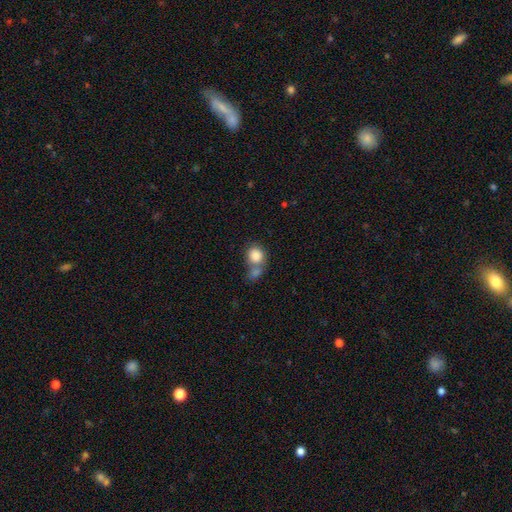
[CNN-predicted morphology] A smooth galaxy with no disk features (84%) that is round (74%). Merging: merger (52%).